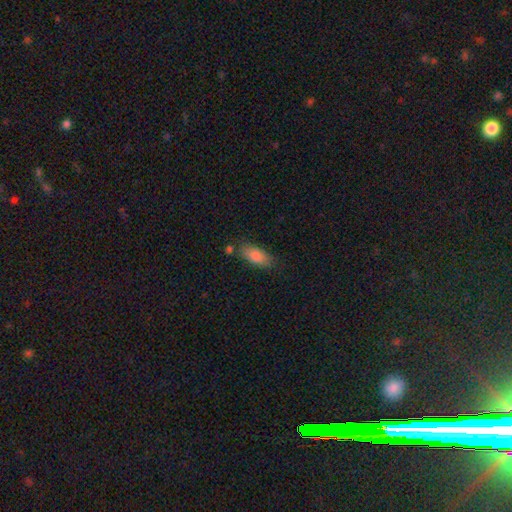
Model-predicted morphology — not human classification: smooth-or-featured: smooth: 83% | featured or disk: 10% | star or artifact: 7%
  how-rounded: in between: 83% | cigar-shaped: 15% | round: 3%
  merging: none: 75% | minor disturbance: 15% | merger: 6% | major disturbance: 3%